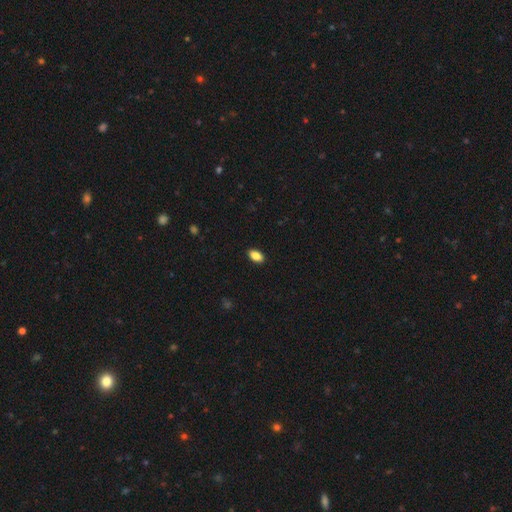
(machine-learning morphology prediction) smooth-or-featured: smooth: 87% | star or artifact: 8% | featured or disk: 5%
  how-rounded: in between: 91% | round: 6% | cigar-shaped: 3%
  merging: none: 90% | minor disturbance: 8% | major disturbance: 2% | merger: 1%